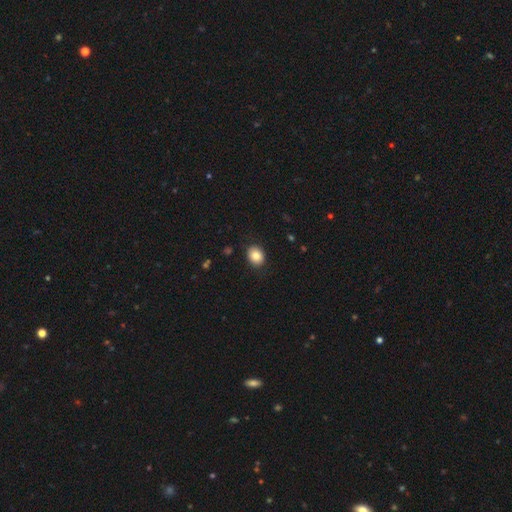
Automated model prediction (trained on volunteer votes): Q: Smooth or featured?
A: smooth (86%); runner-up: star or artifact (9%)
Q: How rounded?
A: round (53%); runner-up: in between (46%)
Q: Merging?
A: none (87%); runner-up: minor disturbance (9%)